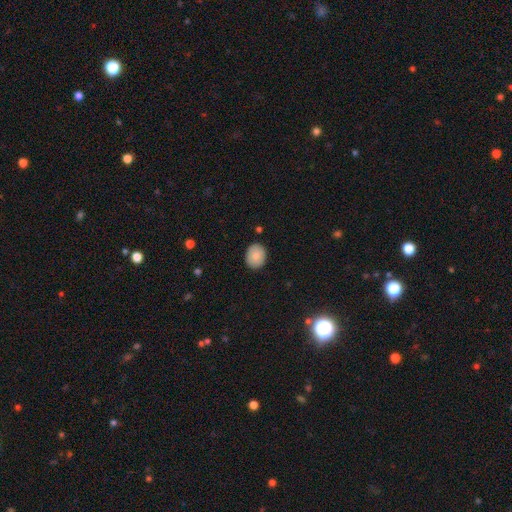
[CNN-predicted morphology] Overall: smooth (81%). How rounded: round (51%; in between 48%). Merging: none (87%).